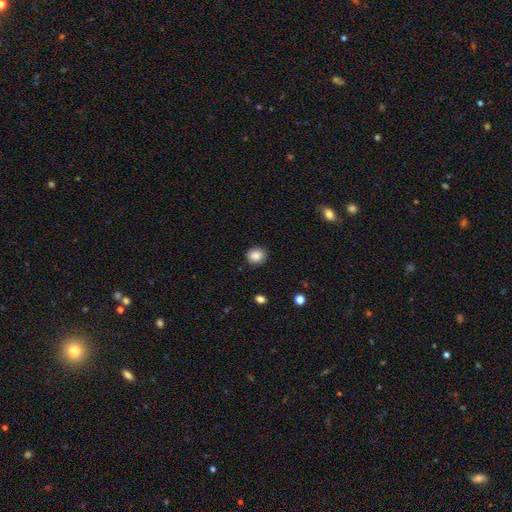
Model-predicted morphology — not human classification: Smooth or featured?
  - smooth: 87% *
  - star or artifact: 9%
  - featured or disk: 4%
How rounded?
  - round: 71% *
  - in between: 28%
  - cigar-shaped: 1%
Merging?
  - none: 87% *
  - minor disturbance: 9%
  - major disturbance: 2%
  - merger: 1%